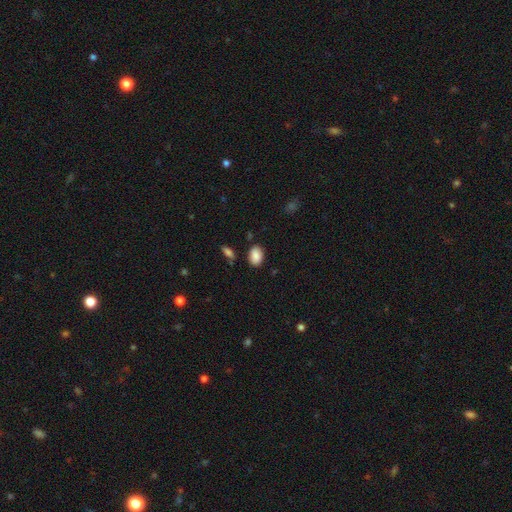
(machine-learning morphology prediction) smooth_or_featured: smooth (p=0.88) [alt: star or artifact p=0.07]
how_rounded: in between (p=0.81) [alt: round p=0.18]
merging: none (p=0.82) [alt: minor disturbance p=0.11]